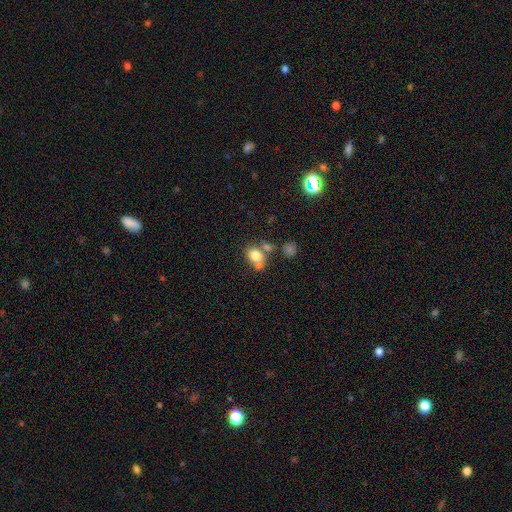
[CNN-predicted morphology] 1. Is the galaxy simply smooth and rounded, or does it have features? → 78% smooth, 11% featured or disk, 11% star or artifact.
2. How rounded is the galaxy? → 58% in between, 41% round, 1% cigar-shaped.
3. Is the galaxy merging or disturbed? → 47% none, 31% merger, 15% minor disturbance, 7% major disturbance.